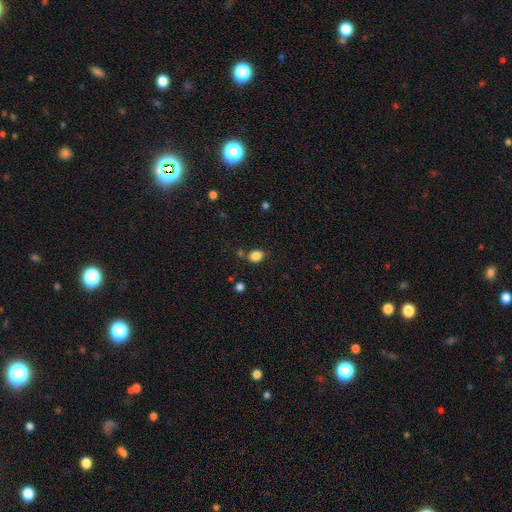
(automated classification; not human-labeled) Morphology: type=smooth (85%); roundness=in between (54%); merging=none (76%).